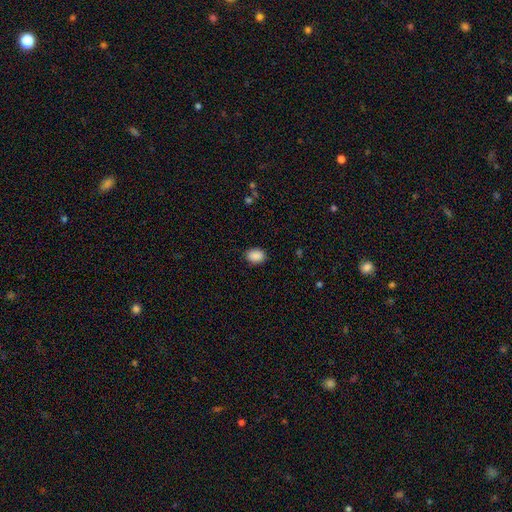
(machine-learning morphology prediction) A smooth galaxy with no disk features (90%) that is in between round and cigar-shaped (68%).

Vote fractions:
- Smooth or featured? smooth: 90% / star or artifact: 8% / featured or disk: 3%
- How rounded? in between: 68% / round: 31% / cigar-shaped: 1%
- Merging? none: 88% / minor disturbance: 9% / major disturbance: 2% / merger: 1%